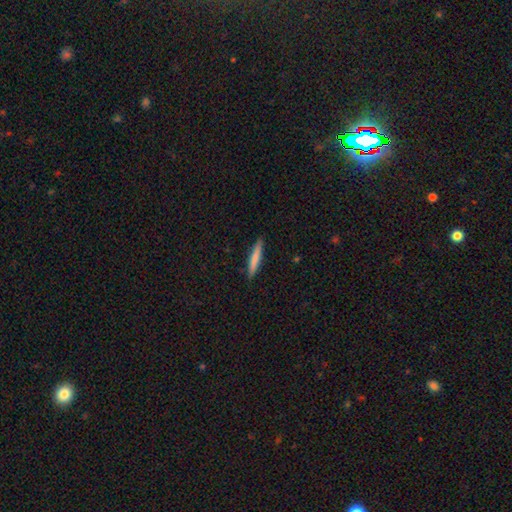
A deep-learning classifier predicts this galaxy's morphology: Q: Smooth or featured?
A: smooth (72%); runner-up: featured or disk (21%)
Q: How rounded?
A: cigar-shaped (95%); runner-up: in between (4%)
Q: Merging?
A: none (91%); runner-up: minor disturbance (6%)